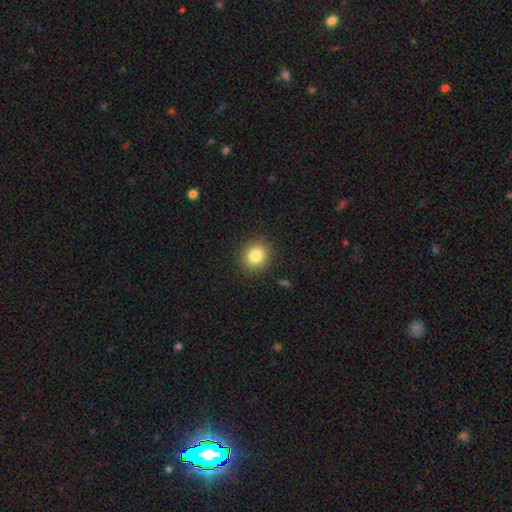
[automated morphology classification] smooth_or_featured: smooth (p=0.83) [alt: star or artifact p=0.10]
how_rounded: round (p=0.82) [alt: in between p=0.17]
merging: none (p=0.90) [alt: minor disturbance p=0.07]